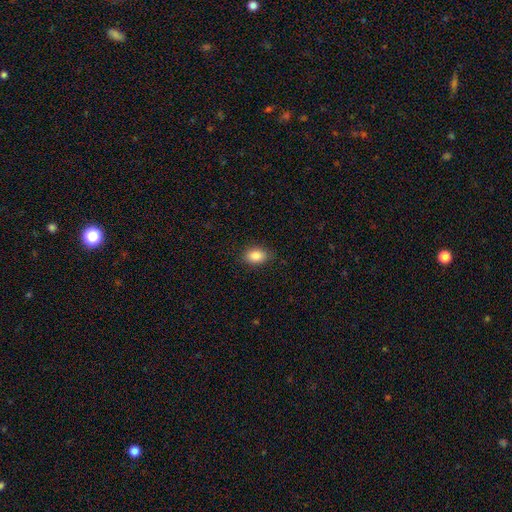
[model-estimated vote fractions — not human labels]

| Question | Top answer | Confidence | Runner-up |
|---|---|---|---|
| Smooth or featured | smooth | 85% | star or artifact (8%) |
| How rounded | in between | 83% | round (16%) |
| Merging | none | 86% | minor disturbance (11%) |